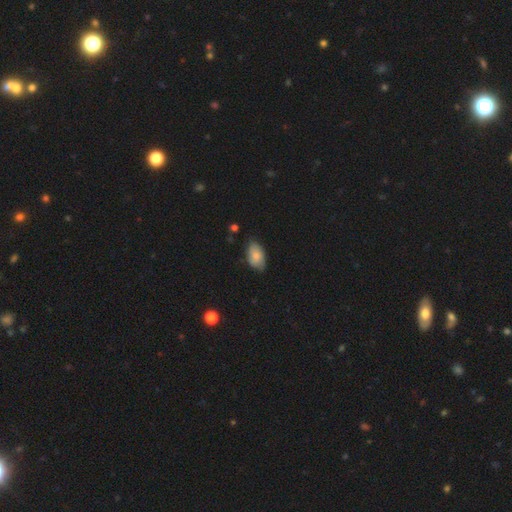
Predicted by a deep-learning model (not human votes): This appears to be a smooth galaxy with no disk features (74%) that is in between round and cigar-shaped (93%). Merging: none (71%).